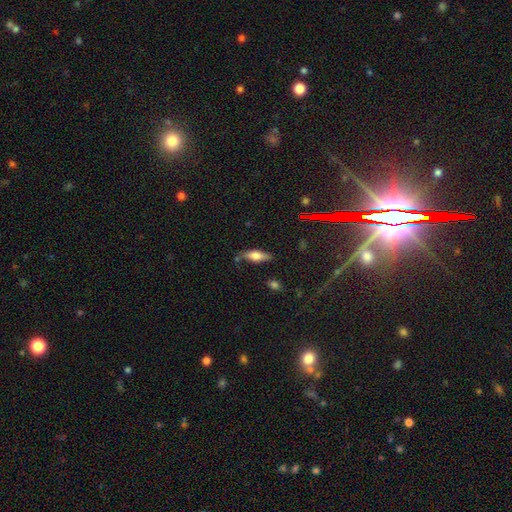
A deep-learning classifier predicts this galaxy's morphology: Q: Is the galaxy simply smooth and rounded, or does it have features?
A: smooth — 52%.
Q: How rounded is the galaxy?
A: in between — 57%.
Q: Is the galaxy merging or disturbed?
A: none — 69%.